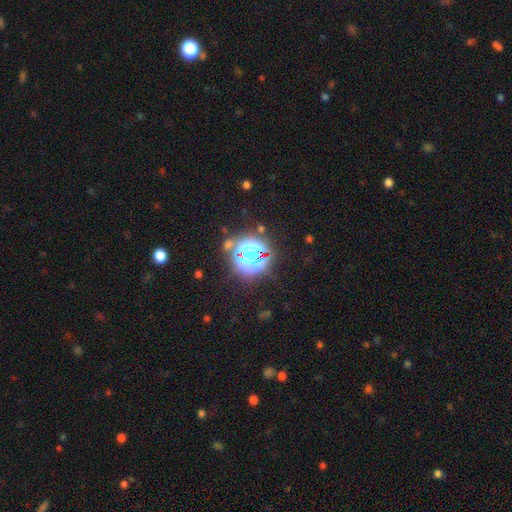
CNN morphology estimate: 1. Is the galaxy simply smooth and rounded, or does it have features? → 86% star or artifact, 9% smooth, 5% featured or disk.